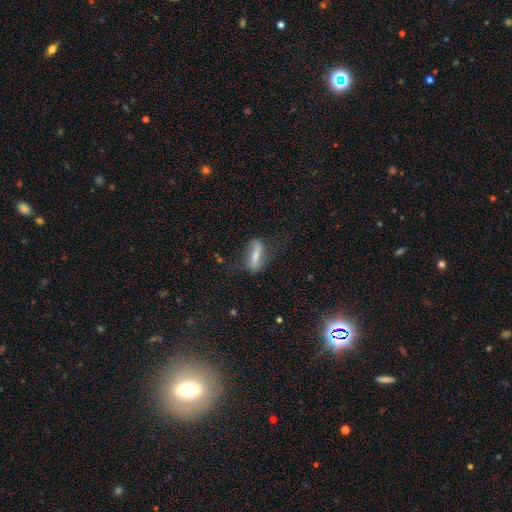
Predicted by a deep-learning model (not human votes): A smooth galaxy with no disk features (51%) that is in between round and cigar-shaped (50%). Merging: none (62%).